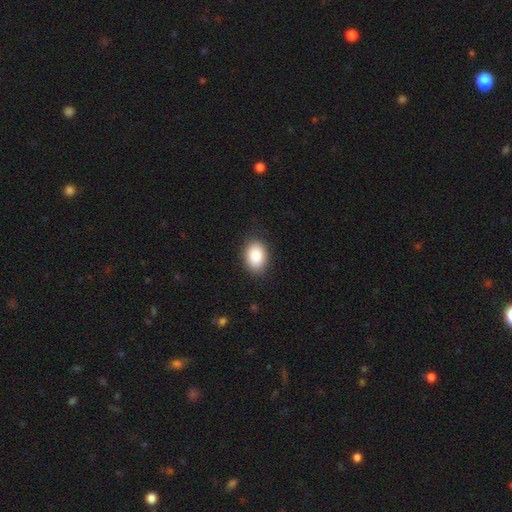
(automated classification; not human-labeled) A smooth galaxy with no disk features (88%) that is in between round and cigar-shaped (83%).

Vote fractions:
- Smooth or featured? smooth: 88% / star or artifact: 7% / featured or disk: 5%
- How rounded? in between: 83% / round: 16% / cigar-shaped: 1%
- Merging? none: 86% / minor disturbance: 10% / major disturbance: 3% / merger: 1%